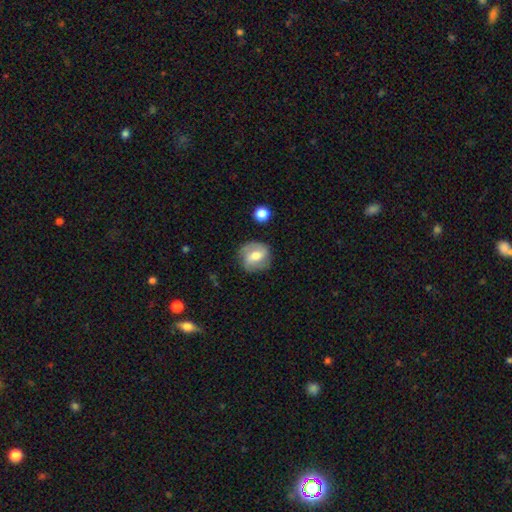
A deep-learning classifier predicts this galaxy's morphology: Smooth or featured: featured or disk — 54% (smooth — 39%)
Edge-on disk: no — 96% (yes — 4%)
Bar: weak — 47% (no — 29%)
Spiral arms: yes — 81% (no — 19%)
Bulge size: moderate — 69% (small — 17%)
Merging: none — 75% (minor disturbance — 17%)